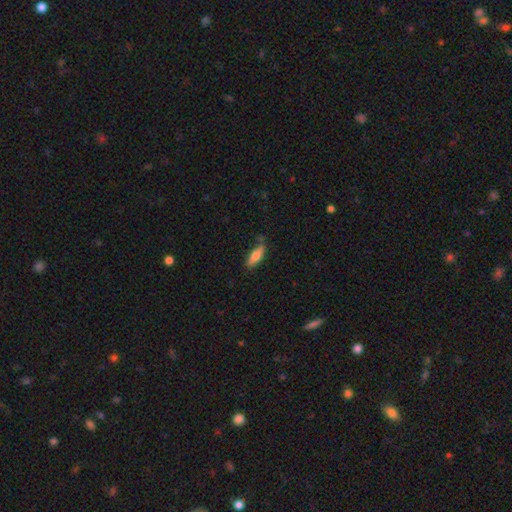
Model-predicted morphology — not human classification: Smooth or featured?
  - smooth: 77% *
  - featured or disk: 16%
  - star or artifact: 7%
How rounded?
  - in between: 53% *
  - cigar-shaped: 45%
  - round: 2%
Merging?
  - none: 68% *
  - minor disturbance: 23%
  - major disturbance: 5%
  - merger: 4%